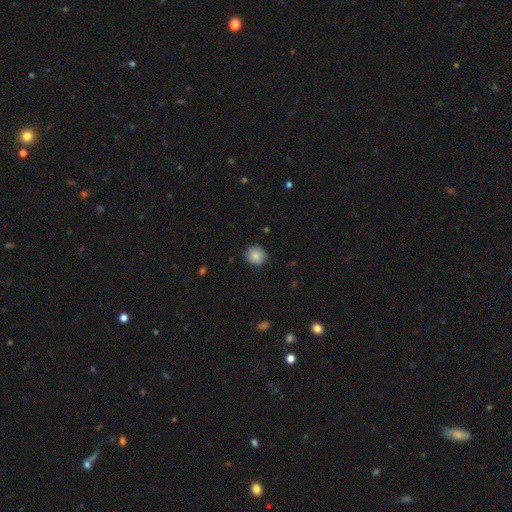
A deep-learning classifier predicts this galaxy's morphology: This appears to be a smooth galaxy with no disk features (85%) that is round (88%). Merging: none (88%).